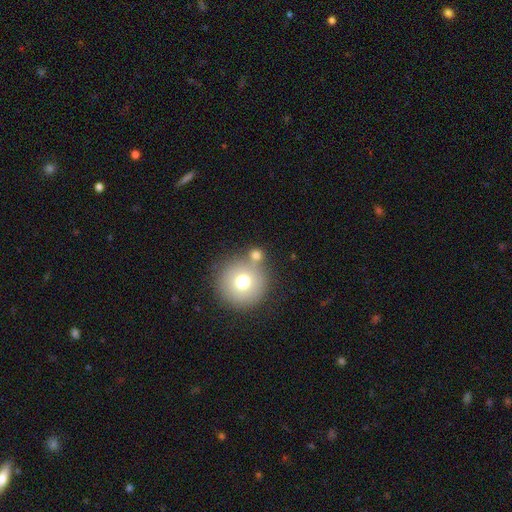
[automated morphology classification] Smooth or featured: smooth — 73% (featured or disk — 14%)
How rounded: round — 92% (in between — 7%)
Merging: none — 63% (merger — 24%)